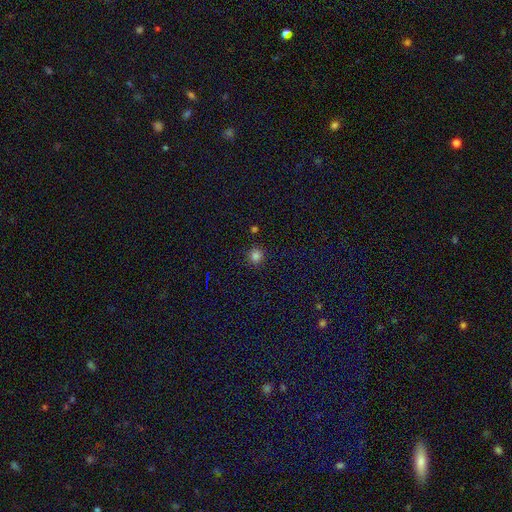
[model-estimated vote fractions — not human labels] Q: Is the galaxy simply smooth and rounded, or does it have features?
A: smooth — 81%.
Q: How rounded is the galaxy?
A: round — 92%.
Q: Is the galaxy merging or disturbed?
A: none — 90%.